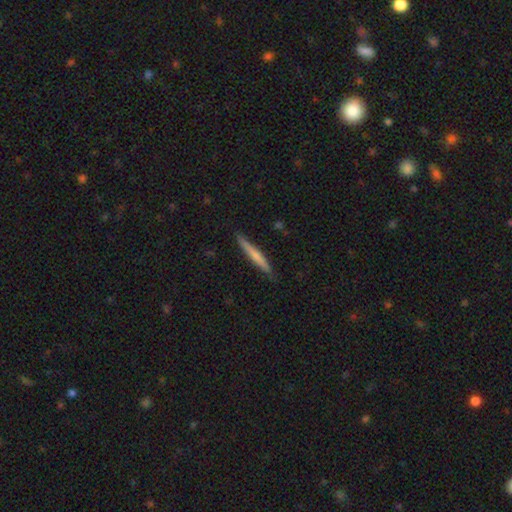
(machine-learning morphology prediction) Q: Smooth or featured?
A: smooth (61%); runner-up: featured or disk (33%)
Q: How rounded?
A: cigar-shaped (96%); runner-up: in between (3%)
Q: Merging?
A: none (88%); runner-up: minor disturbance (9%)